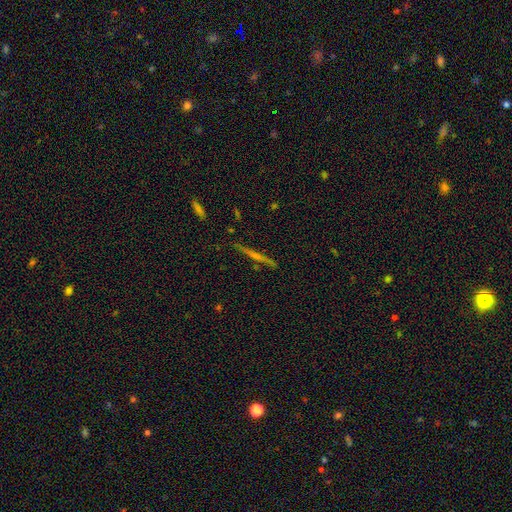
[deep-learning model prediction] smooth-or-featured: featured or disk: 67% | smooth: 22% | star or artifact: 11%
  disk-edge-on: yes: 97% | no: 3%
    edge-on-bulge: rounded: 49% | none: 42% | boxy: 9%
  merging: none: 89% | minor disturbance: 8% | major disturbance: 2% | merger: 2%